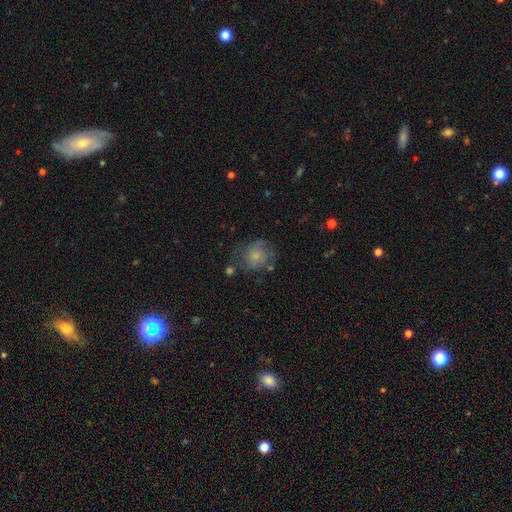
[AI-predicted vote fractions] smooth-or-featured: smooth: 62% | featured or disk: 29% | star or artifact: 9%
  how-rounded: round: 74% | in between: 25% | cigar-shaped: 1%
  merging: none: 53% | minor disturbance: 26% | major disturbance: 16% | merger: 6%